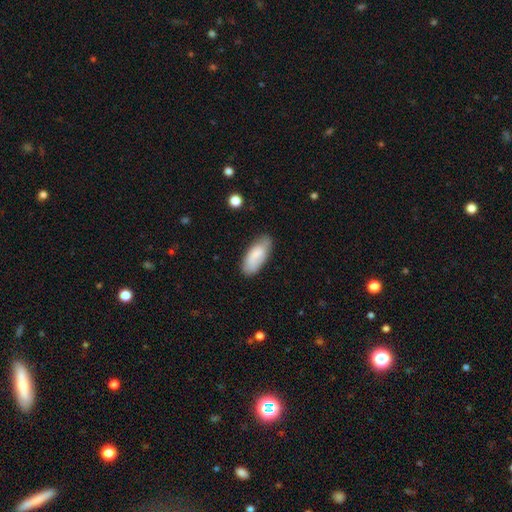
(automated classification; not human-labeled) Smooth or featured? smooth (76%)
How rounded? in between (86%)
Merging? none (73%)